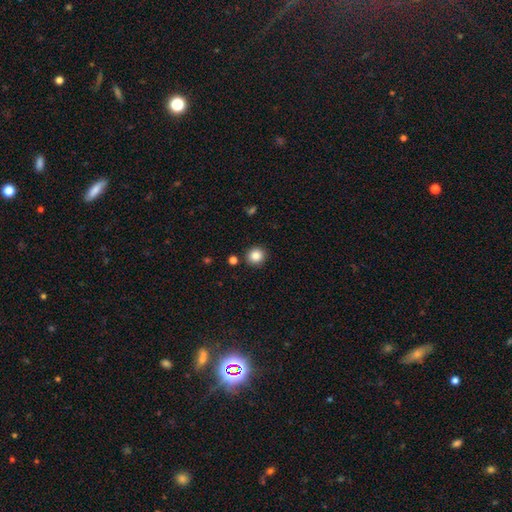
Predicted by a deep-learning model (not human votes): This is clearly a smooth galaxy (86%). How rounded: clearly round (90%). Merging: clearly none (89%).